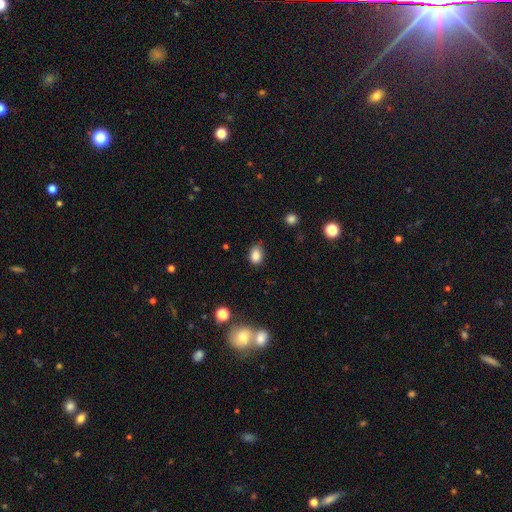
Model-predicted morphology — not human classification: This is clearly a smooth galaxy (84%). How rounded: likely in between (71%). Merging: likely none (70%).